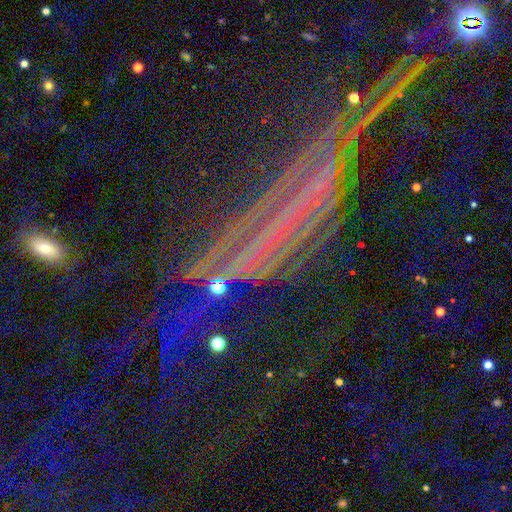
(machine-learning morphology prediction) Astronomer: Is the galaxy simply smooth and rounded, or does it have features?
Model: star or artifact — 70%.